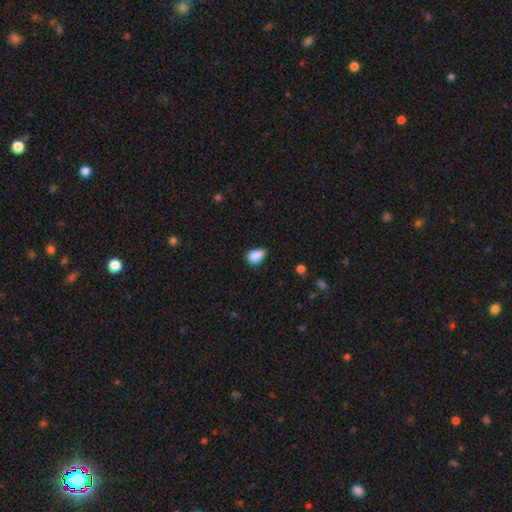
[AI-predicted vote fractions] smooth-or-featured: smooth: 88% | star or artifact: 8% | featured or disk: 4%
  how-rounded: in between: 81% | round: 18% | cigar-shaped: 2%
  merging: none: 57% | minor disturbance: 35% | major disturbance: 6% | merger: 2%